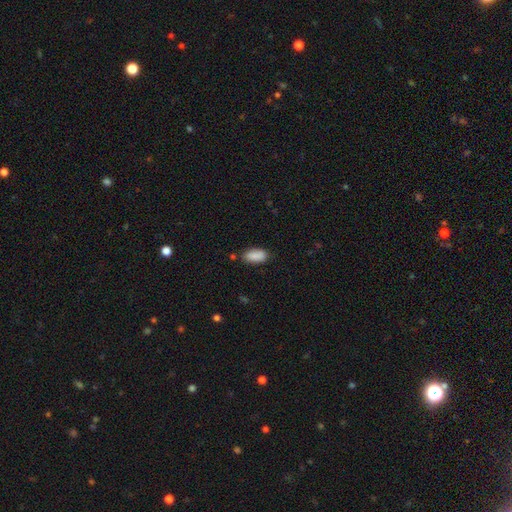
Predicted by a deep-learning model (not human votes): A smooth galaxy with no disk features (89%) that is in between round and cigar-shaped (91%).

Vote fractions:
- Smooth or featured? smooth: 89% / star or artifact: 7% / featured or disk: 4%
- How rounded? in between: 91% / cigar-shaped: 7% / round: 2%
- Merging? none: 79% / minor disturbance: 15% / merger: 3% / major disturbance: 3%